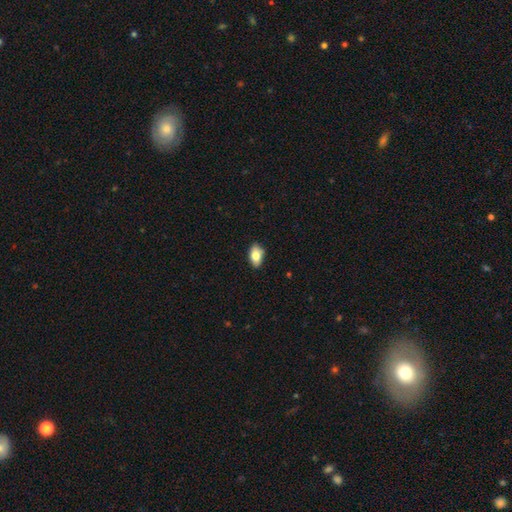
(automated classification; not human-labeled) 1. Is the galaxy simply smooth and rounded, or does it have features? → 80% smooth, 13% featured or disk, 7% star or artifact.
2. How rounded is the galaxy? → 91% in between, 7% round, 3% cigar-shaped.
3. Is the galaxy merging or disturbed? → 81% none, 15% minor disturbance, 2% major disturbance, 1% merger.